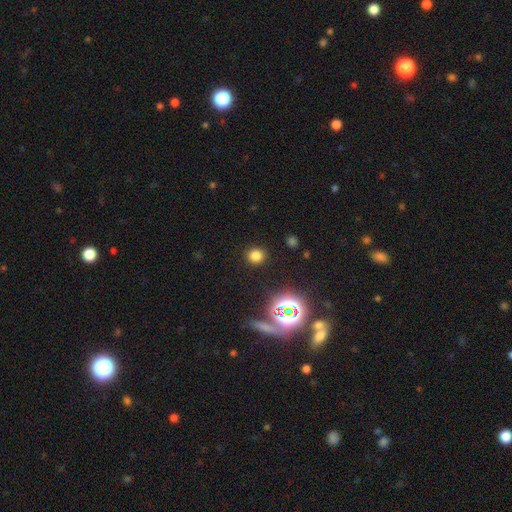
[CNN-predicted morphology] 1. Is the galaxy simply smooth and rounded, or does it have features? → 74% smooth, 20% star or artifact, 6% featured or disk.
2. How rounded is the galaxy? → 81% round, 18% in between, 1% cigar-shaped.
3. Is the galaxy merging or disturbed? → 90% none, 6% minor disturbance, 3% major disturbance, 2% merger.